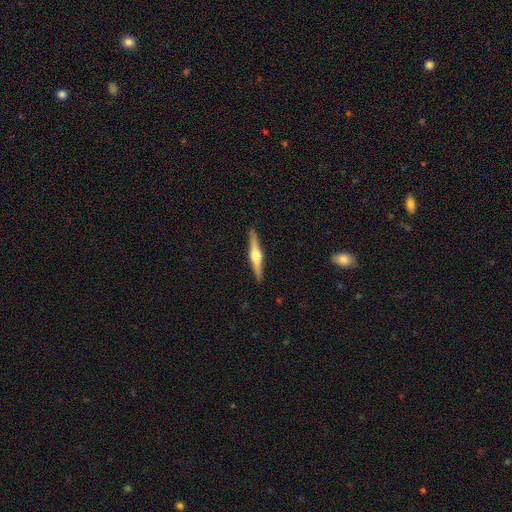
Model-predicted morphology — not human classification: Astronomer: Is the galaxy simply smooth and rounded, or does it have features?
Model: featured or disk — 70%.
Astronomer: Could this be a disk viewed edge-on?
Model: yes — 98%.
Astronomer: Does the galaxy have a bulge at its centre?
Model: rounded — 93%.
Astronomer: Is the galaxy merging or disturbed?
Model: none — 91%.